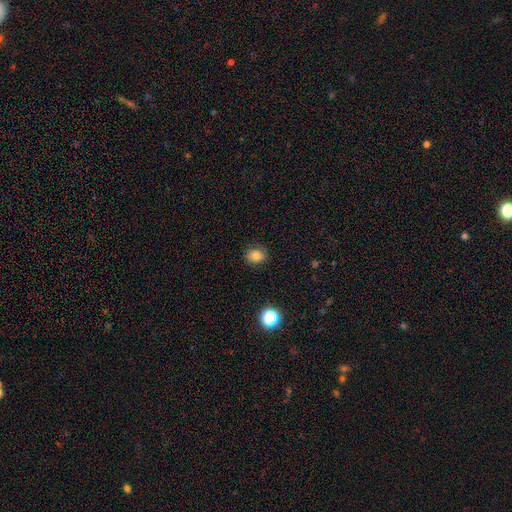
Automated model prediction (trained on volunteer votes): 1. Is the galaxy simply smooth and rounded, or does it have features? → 80% smooth, 13% star or artifact, 7% featured or disk.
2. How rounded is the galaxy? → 61% round, 38% in between, 1% cigar-shaped.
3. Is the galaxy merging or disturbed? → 80% none, 14% minor disturbance, 4% major disturbance, 1% merger.